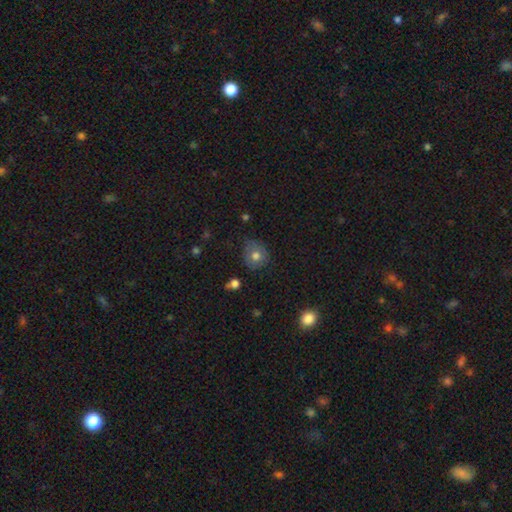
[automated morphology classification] Overall: smooth (73%). How rounded: round (79%). Merging: none (68%).